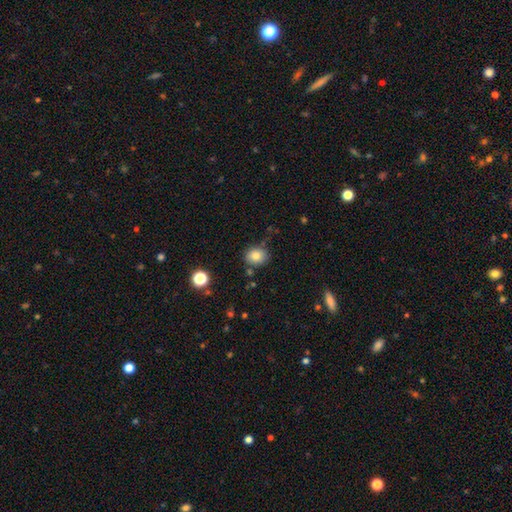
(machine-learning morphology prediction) smooth 81%, star or artifact 11%, featured or disk 8%. Down the decision tree: how rounded — round (69%); merging — none (78%).